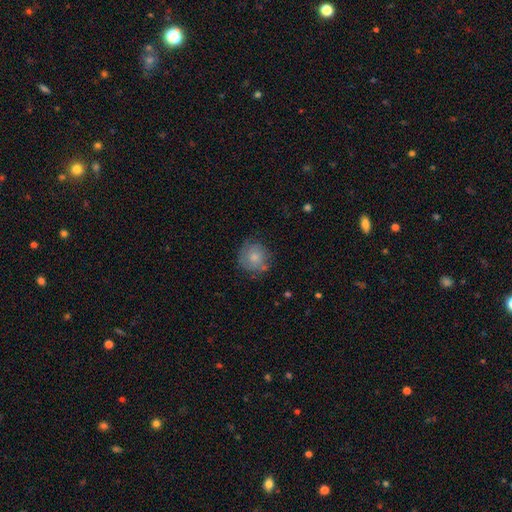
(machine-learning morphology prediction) This is likely a smooth galaxy (72%). How rounded: clearly round (88%). Merging: likely none (70%).